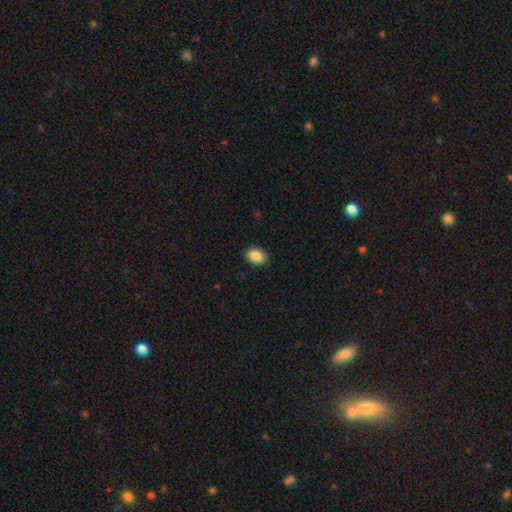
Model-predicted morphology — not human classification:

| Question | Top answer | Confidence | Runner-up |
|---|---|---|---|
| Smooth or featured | smooth | 87% | star or artifact (8%) |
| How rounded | in between | 68% | round (31%) |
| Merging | none | 88% | minor disturbance (9%) |